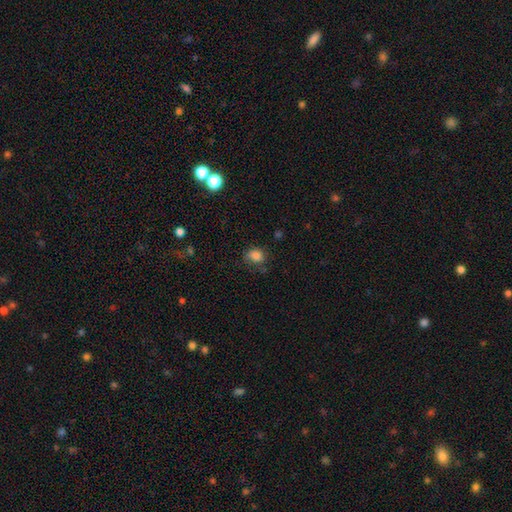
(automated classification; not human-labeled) Morphology: type=smooth (82%); roundness=round (51%); merging=none (63%).